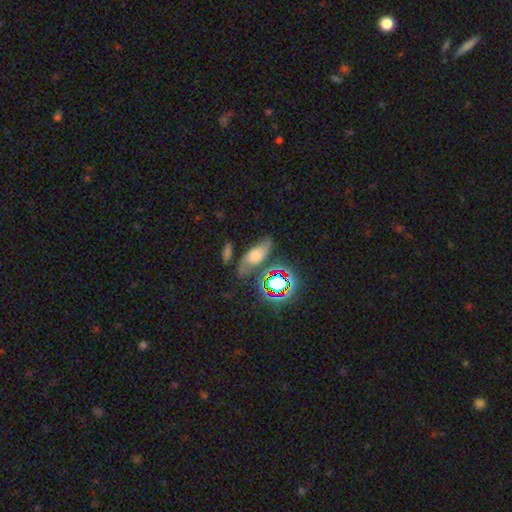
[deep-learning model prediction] Smooth or featured: smooth — 44% (featured or disk — 33%)
Merging: none — 61% (minor disturbance — 21%)